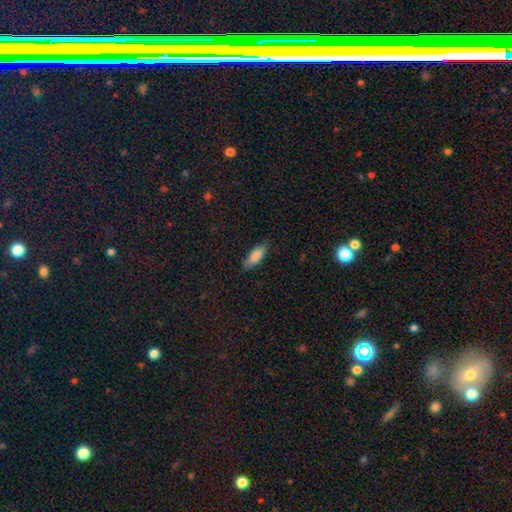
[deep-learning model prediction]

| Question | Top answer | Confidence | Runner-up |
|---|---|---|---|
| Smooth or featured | smooth | 84% | featured or disk (10%) |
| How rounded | in between | 72% | cigar-shaped (26%) |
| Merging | none | 79% | minor disturbance (17%) |